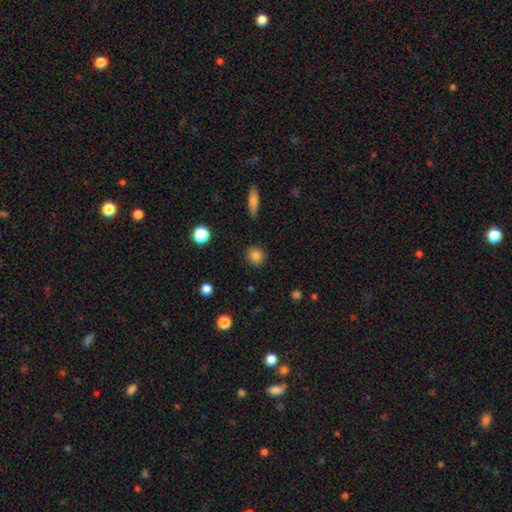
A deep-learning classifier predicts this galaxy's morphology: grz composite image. It shows a smooth galaxy with no disk features (84%) that is round (87%). Merging: none (89%).